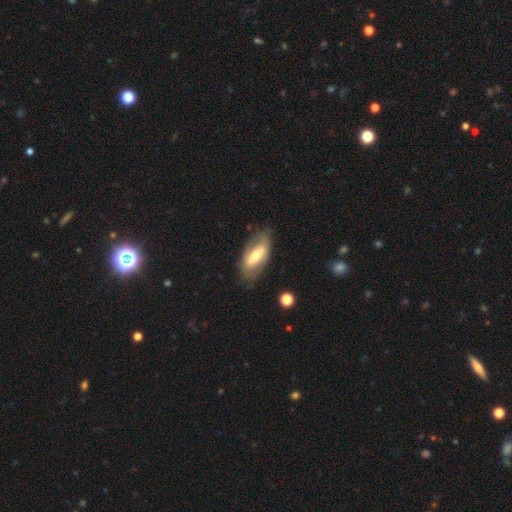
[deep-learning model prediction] This is possibly a featured or disk galaxy (53%). It is clearly not viewed edge-on (81%). Merging: likely none (75%).